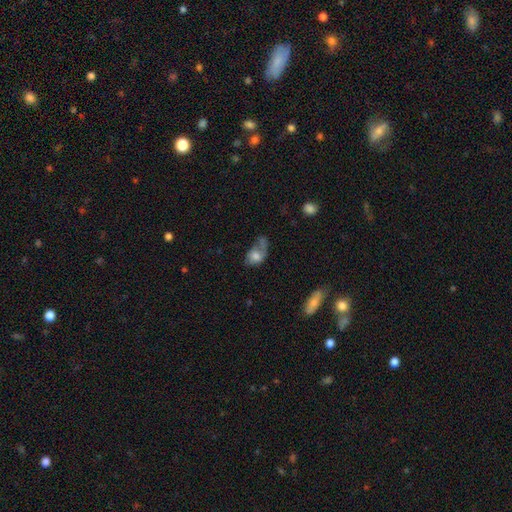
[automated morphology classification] This appears to be a smooth galaxy with no disk features (53%) that is in between round and cigar-shaped (78%). Merging: major disturbance (41%).